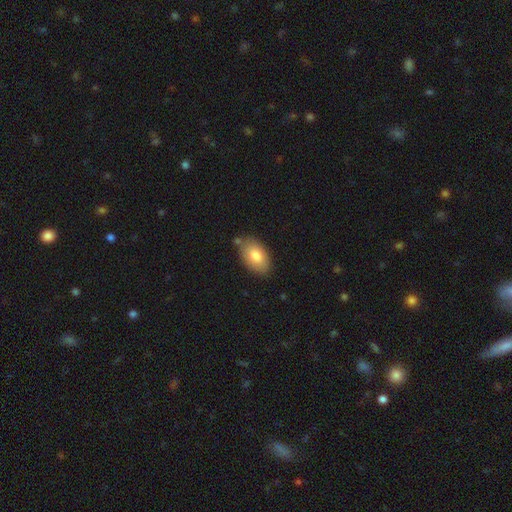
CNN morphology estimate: The model was most divided on "merging": none: 77%, minor disturbance: 15%, merger: 5%, major disturbance: 3%. More confident: how rounded — in between (93%); smooth or featured — smooth (80%).